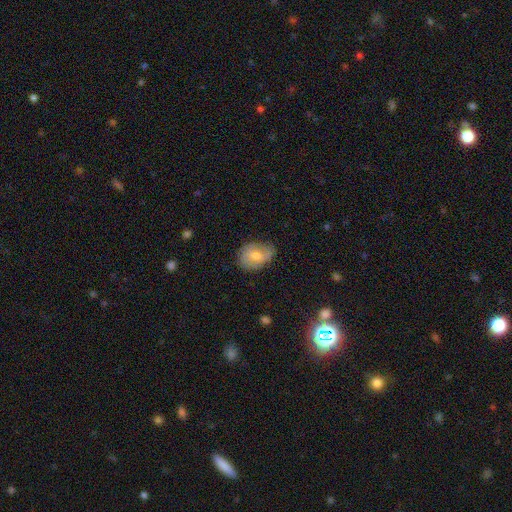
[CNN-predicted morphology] Smooth or featured? smooth (52%)
How rounded? in between (78%)
Merging? none (71%)